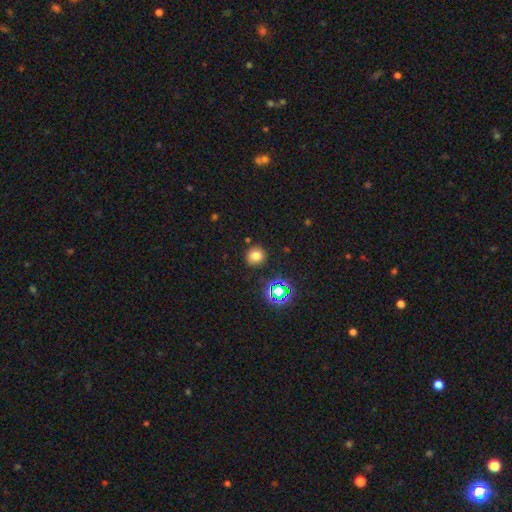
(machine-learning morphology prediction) Smooth or featured? Predicted: smooth (p=0.72). How rounded? Predicted: round (p=0.88). Merging? Predicted: none (p=0.87).